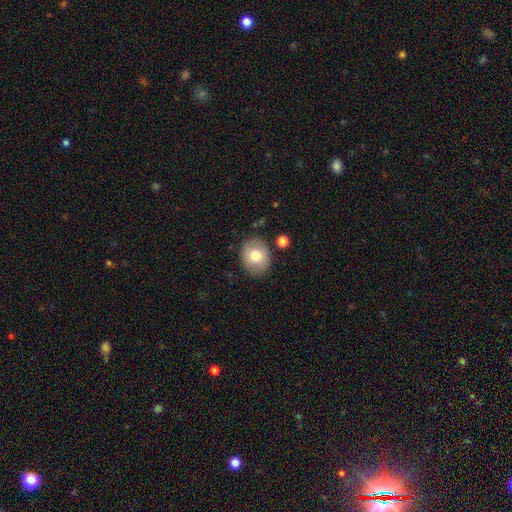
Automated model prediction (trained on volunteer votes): Smooth or featured: smooth — 75% (featured or disk — 16%)
How rounded: round — 56% (in between — 43%)
Merging: none — 84% (minor disturbance — 11%)